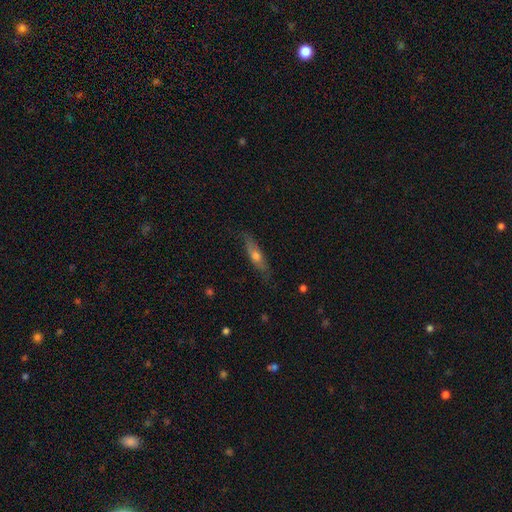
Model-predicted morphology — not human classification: type=smooth (47%); merging=none (77%).